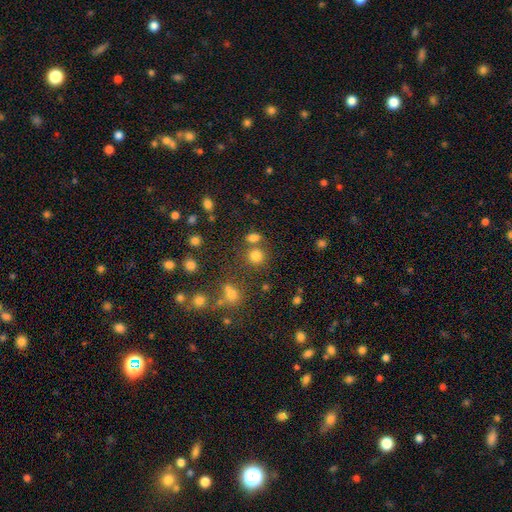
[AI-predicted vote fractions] This appears to be a smooth galaxy with no disk features (77%) that is round (84%). Merging: none (68%).